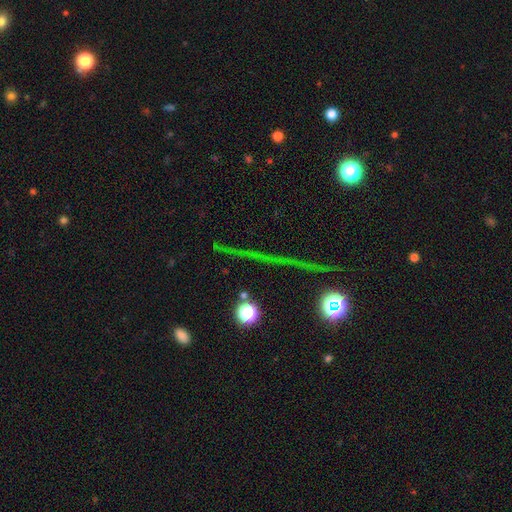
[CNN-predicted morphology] A star or artifact, not a galaxy (72%).

Vote fractions:
- Smooth or featured? star or artifact: 72% / featured or disk: 16% / smooth: 12%